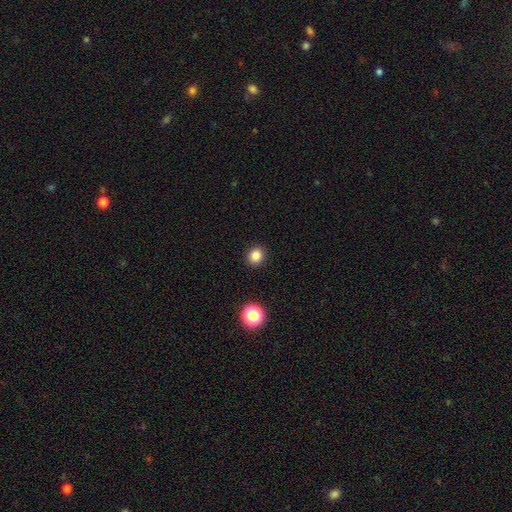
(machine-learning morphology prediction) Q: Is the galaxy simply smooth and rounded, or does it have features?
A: smooth — 85%.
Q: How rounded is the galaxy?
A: round — 77%.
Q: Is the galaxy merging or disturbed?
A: none — 91%.